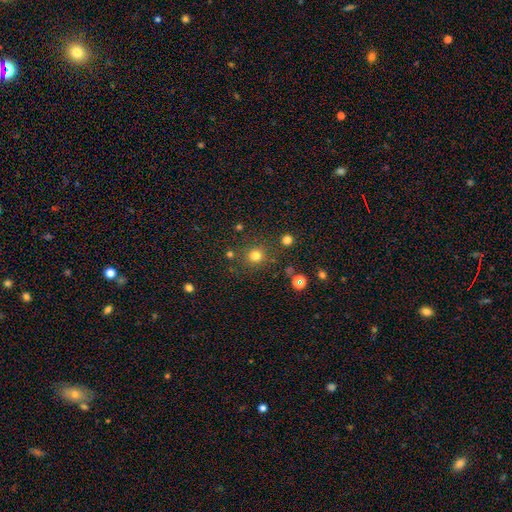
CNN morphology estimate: type=smooth (77%); roundness=round (91%); merging=none (83%).